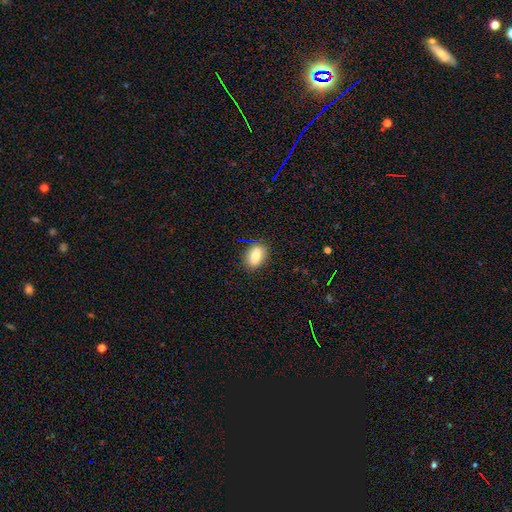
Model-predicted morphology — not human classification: Smooth or featured: smooth — 76% (featured or disk — 15%)
How rounded: in between — 79% (round — 18%)
Merging: none — 82% (minor disturbance — 13%)